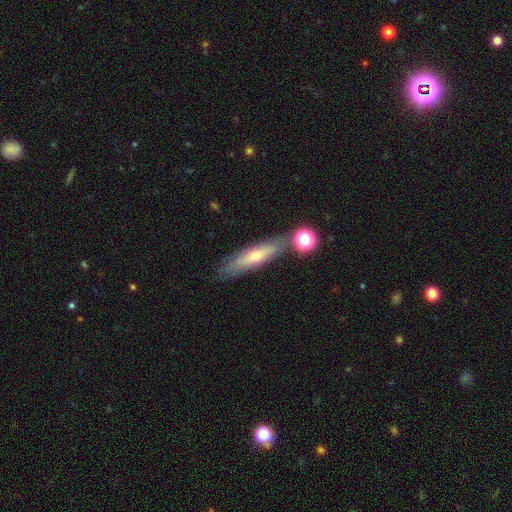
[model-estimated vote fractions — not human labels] A featured or disk galaxy (48%).

Vote fractions:
- Smooth or featured? featured or disk: 48% / smooth: 41% / star or artifact: 11%
- Merging? none: 75% / minor disturbance: 13% / merger: 9% / major disturbance: 3%